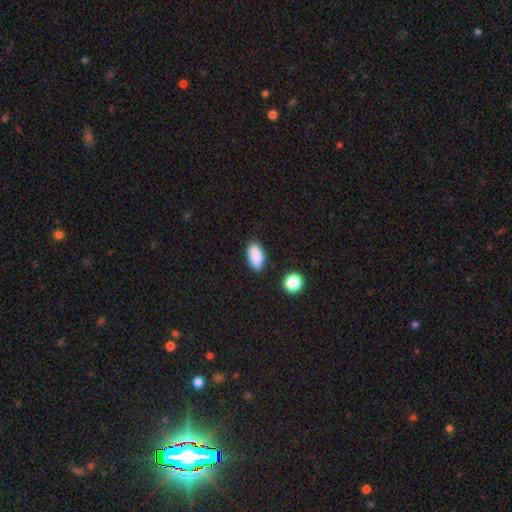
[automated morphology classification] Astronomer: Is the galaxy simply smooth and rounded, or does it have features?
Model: smooth — 89%.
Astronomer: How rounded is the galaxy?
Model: in between — 92%.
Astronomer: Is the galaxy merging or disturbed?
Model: none — 86%.